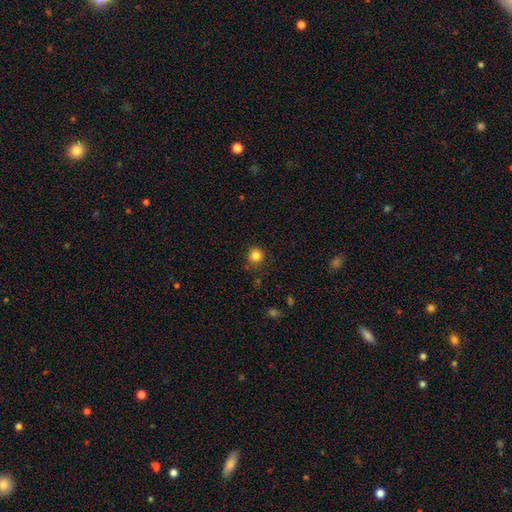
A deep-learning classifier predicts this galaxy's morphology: type=smooth (83%); roundness=round (92%); merging=none (86%).